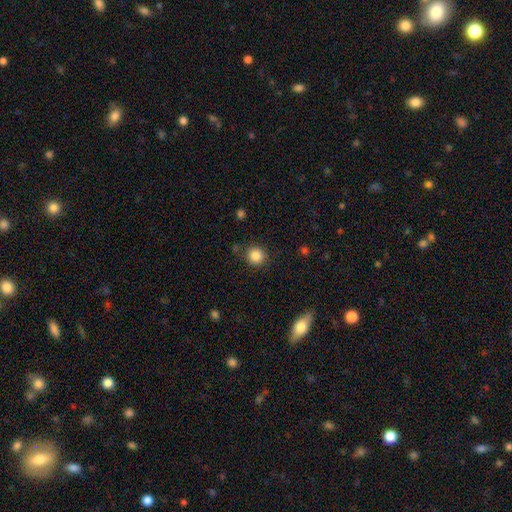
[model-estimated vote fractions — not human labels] smooth-or-featured: smooth: 85% | star or artifact: 10% | featured or disk: 5%
  how-rounded: round: 92% | in between: 7% | cigar-shaped: 1%
  merging: none: 85% | minor disturbance: 9% | major disturbance: 3% | merger: 3%